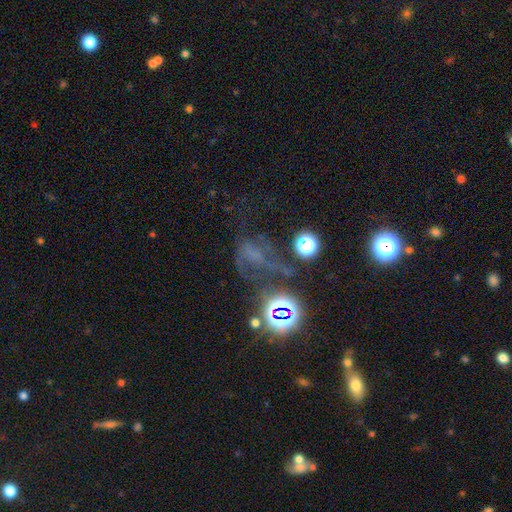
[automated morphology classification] Smooth or featured? star or artifact (42%)